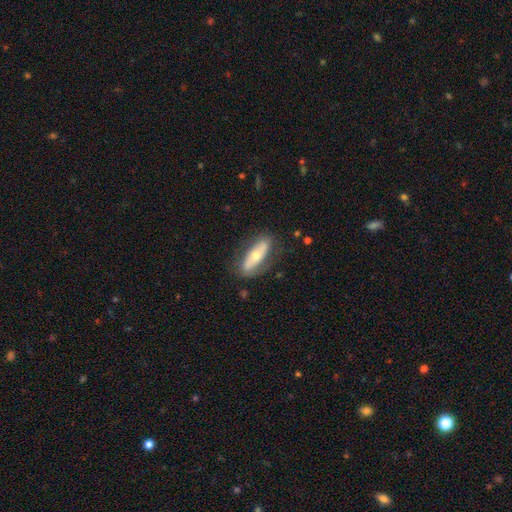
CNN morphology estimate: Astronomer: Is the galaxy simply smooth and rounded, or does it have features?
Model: featured or disk — 50% (runner-up: smooth, 44%).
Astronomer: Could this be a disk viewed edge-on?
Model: no — 66%.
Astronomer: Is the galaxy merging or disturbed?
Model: none — 76%.